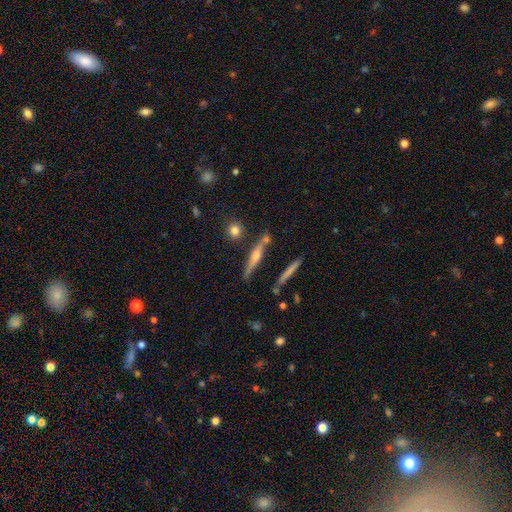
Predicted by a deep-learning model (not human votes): Q: Smooth or featured?
A: featured or disk (67%); runner-up: smooth (25%)
Q: Edge-on disk?
A: yes (96%); runner-up: no (4%)
Q: Edge-on bulge?
A: rounded (75%); runner-up: none (14%)
Q: Merging?
A: none (81%); runner-up: minor disturbance (10%)